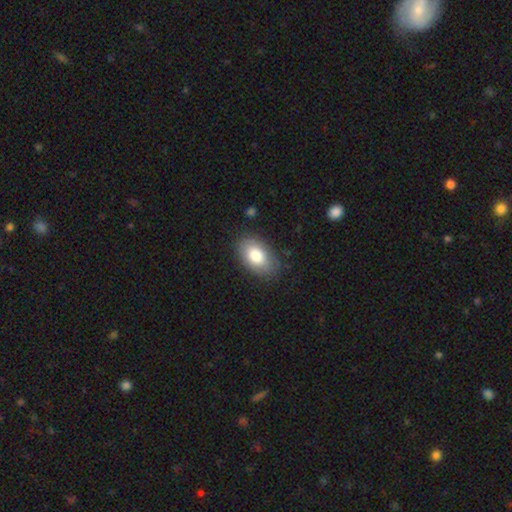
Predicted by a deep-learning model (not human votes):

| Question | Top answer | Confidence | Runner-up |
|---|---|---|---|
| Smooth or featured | smooth | 80% | featured or disk (13%) |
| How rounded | in between | 92% | round (7%) |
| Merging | none | 82% | minor disturbance (13%) |